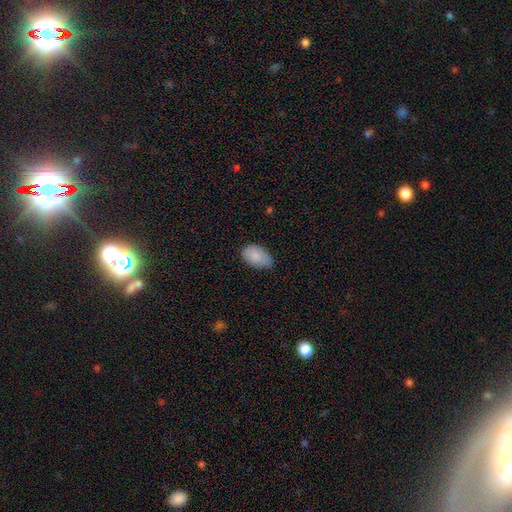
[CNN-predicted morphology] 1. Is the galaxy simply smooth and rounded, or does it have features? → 86% smooth, 7% featured or disk, 7% star or artifact.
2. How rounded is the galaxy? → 93% in between, 6% round, 1% cigar-shaped.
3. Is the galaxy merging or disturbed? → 69% none, 26% minor disturbance, 4% major disturbance, 1% merger.